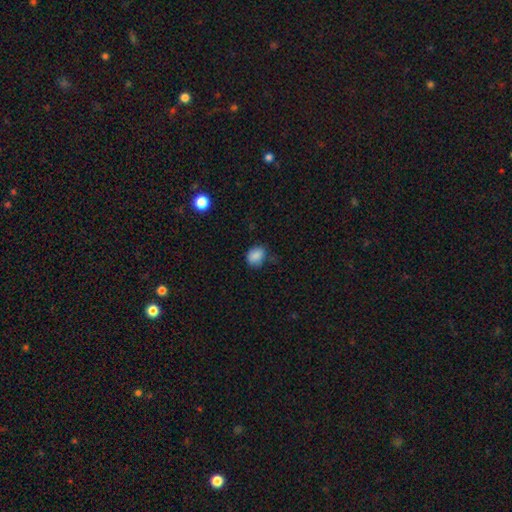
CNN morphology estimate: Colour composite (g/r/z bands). It shows a smooth galaxy with no disk features (85%) that is in between round and cigar-shaped (56%). Merging: none (67%).